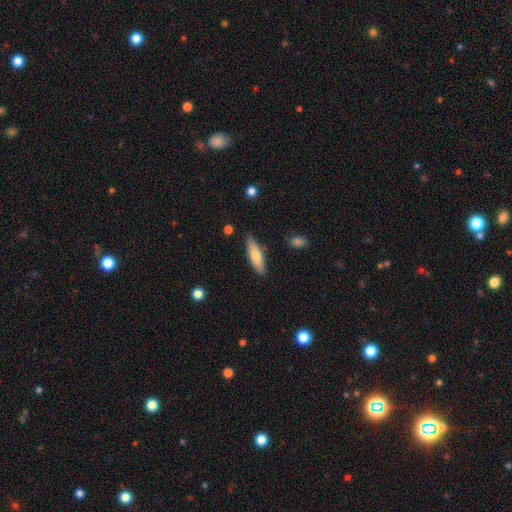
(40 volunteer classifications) Volunteers were most divided on "smooth or featured": smooth: 72%, featured or disk: 20%, star or artifact: 8%. More confident: how rounded — cigar-shaped (76%); merging — none (76%).